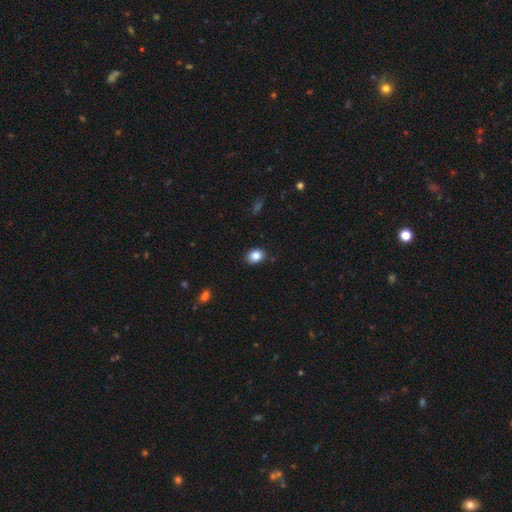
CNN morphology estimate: Q: Smooth or featured?
A: smooth (86%); runner-up: star or artifact (9%)
Q: How rounded?
A: in between (64%); runner-up: round (35%)
Q: Merging?
A: none (87%); runner-up: minor disturbance (10%)